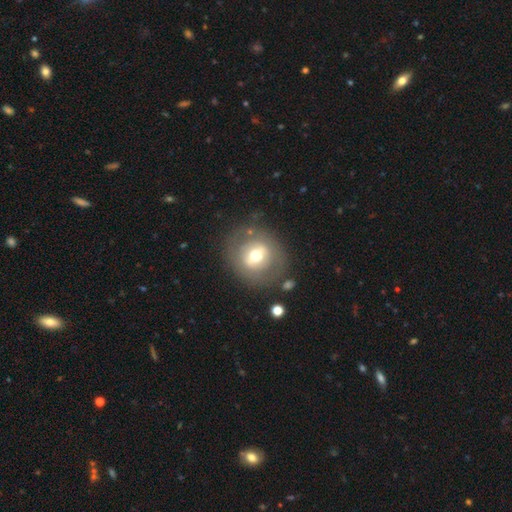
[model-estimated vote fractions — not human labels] Smooth or featured: smooth — 51% (featured or disk — 40%)
How rounded: round — 84% (in between — 15%)
Merging: none — 76% (minor disturbance — 12%)